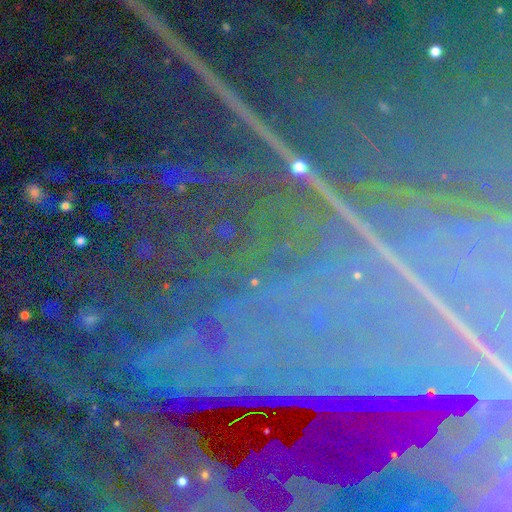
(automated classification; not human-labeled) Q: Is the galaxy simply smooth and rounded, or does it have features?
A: star or artifact — 89%.